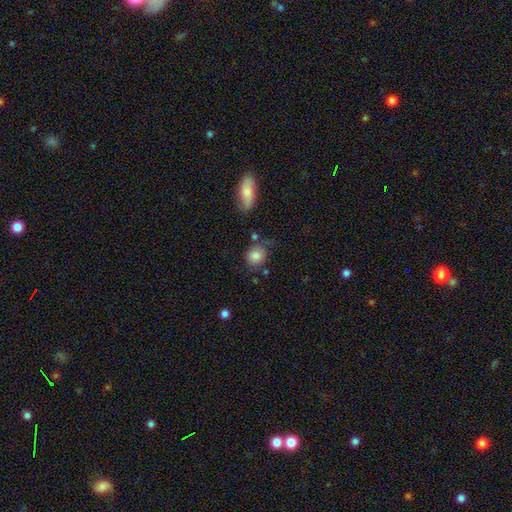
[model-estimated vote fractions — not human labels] Morphology: type=smooth (83%); roundness=round (68%); merging=none (63%).